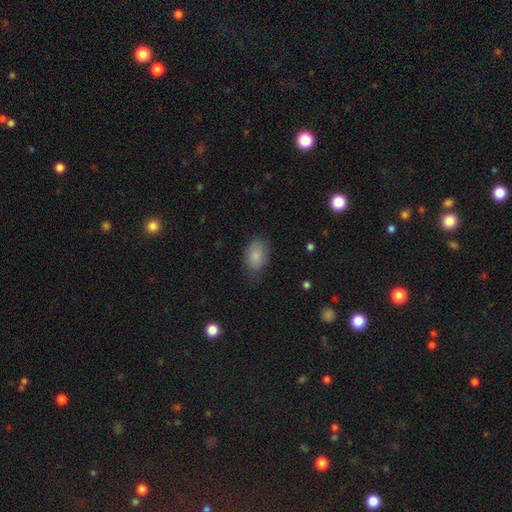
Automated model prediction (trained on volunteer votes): A smooth galaxy with no disk features (85%) that is in between round and cigar-shaped (86%).

Vote fractions:
- Smooth or featured? smooth: 85% / star or artifact: 8% / featured or disk: 7%
- How rounded? in between: 86% / round: 13% / cigar-shaped: 1%
- Merging? none: 73% / minor disturbance: 20% / major disturbance: 6% / merger: 1%